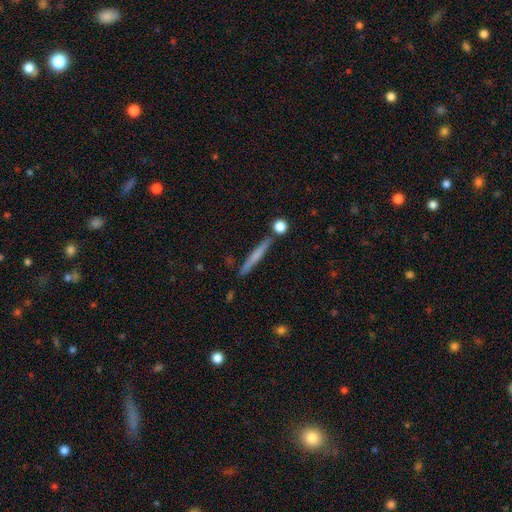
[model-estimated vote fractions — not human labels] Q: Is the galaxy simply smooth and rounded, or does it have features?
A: smooth — 53%.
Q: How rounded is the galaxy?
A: cigar-shaped — 95%.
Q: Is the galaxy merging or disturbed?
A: none — 85%.